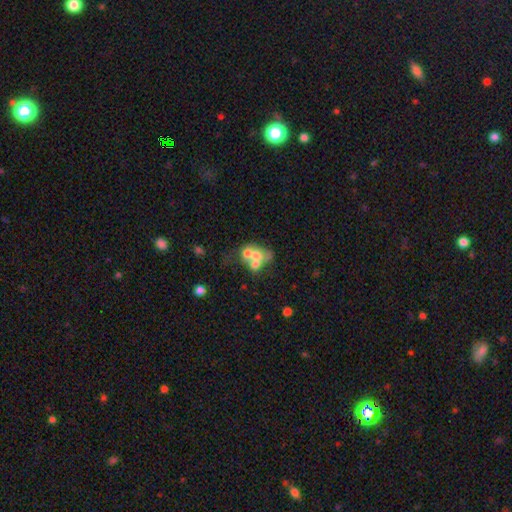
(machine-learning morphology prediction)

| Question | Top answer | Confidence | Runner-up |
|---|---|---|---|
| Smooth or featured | smooth | 45% | featured or disk (42%) |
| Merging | merger | 60% | none (22%) |